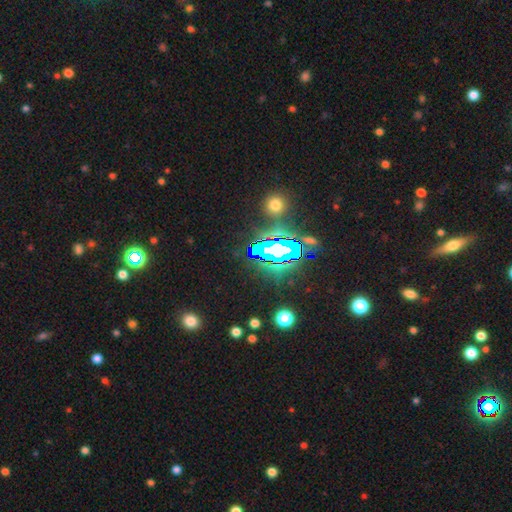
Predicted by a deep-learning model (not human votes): Smooth or featured? star or artifact (81%)